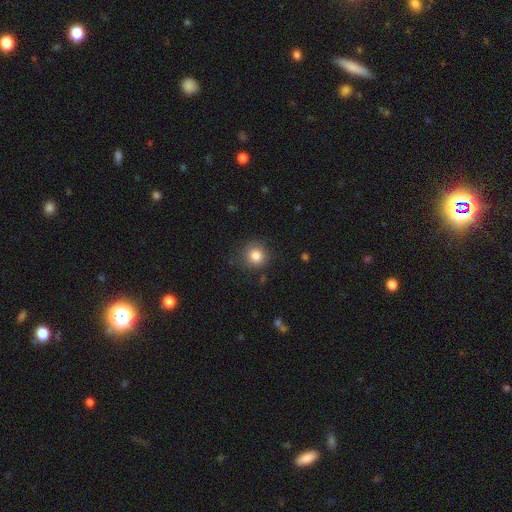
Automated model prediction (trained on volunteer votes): smooth 83%, star or artifact 10%, featured or disk 6%. Down the decision tree: how rounded — round (90%); merging — none (81%).